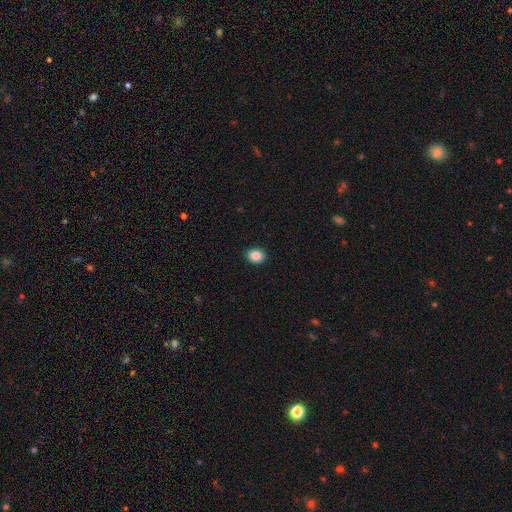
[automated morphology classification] Smooth or featured? smooth (88%)
How rounded? round (54%)
Merging? none (90%)